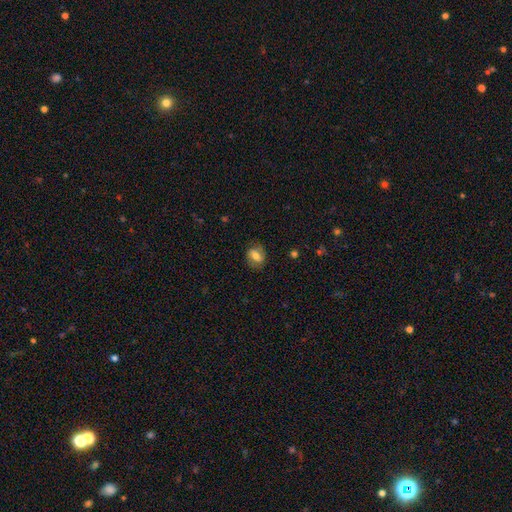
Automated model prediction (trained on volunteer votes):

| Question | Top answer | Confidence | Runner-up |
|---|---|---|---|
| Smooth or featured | smooth | 57% | featured or disk (34%) |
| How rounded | in between | 56% | round (42%) |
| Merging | none | 77% | minor disturbance (16%) |